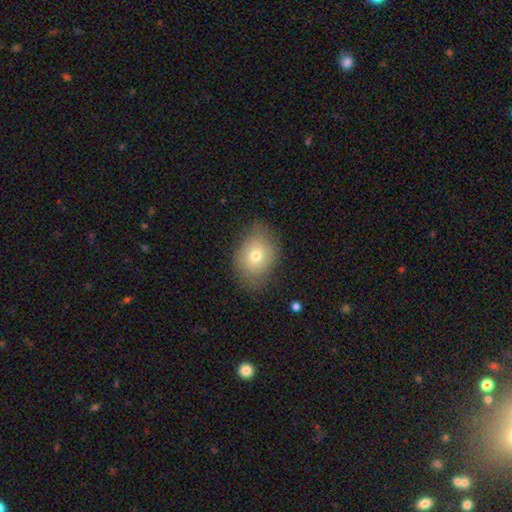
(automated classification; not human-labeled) smooth 72%, featured or disk 18%, star or artifact 10%. Down the decision tree: how rounded — in between (62%); merging — none (74%).